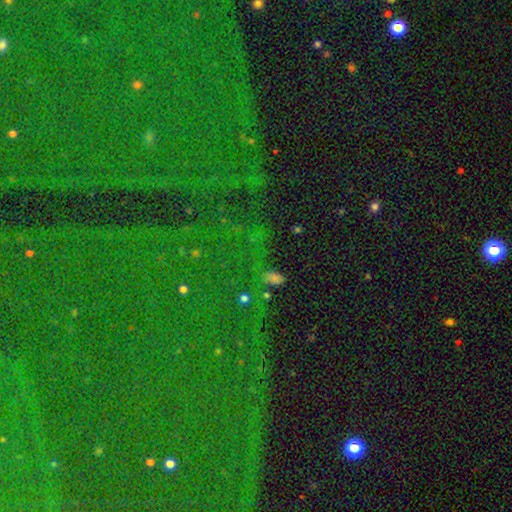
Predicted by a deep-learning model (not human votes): star or artifact 85%, featured or disk 8%, smooth 7%.